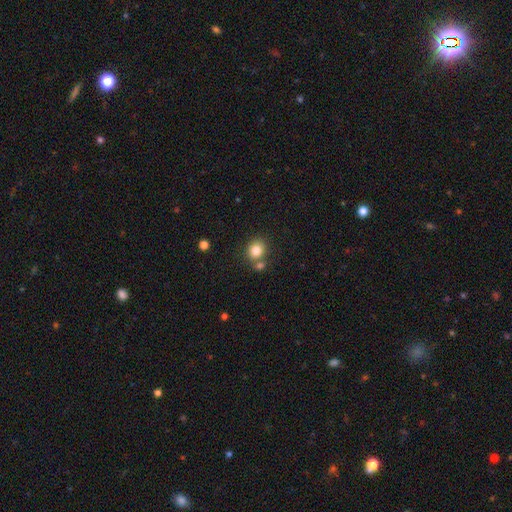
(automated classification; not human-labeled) smooth 77%, star or artifact 15%, featured or disk 8%. Down the decision tree: how rounded — round (78%); merging — none (70%).